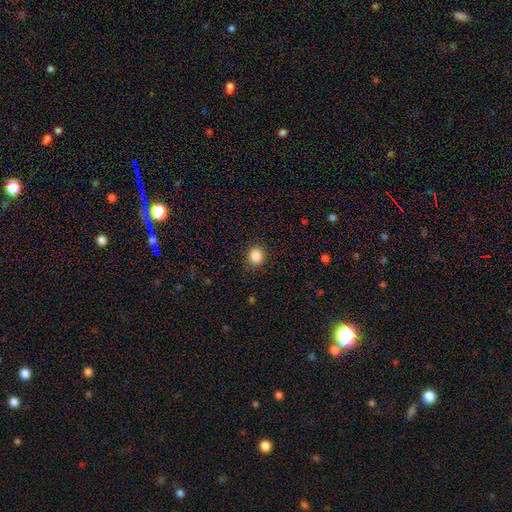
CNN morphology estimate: smooth_or_featured: smooth (p=0.86) [alt: star or artifact p=0.10]
how_rounded: round (p=0.77) [alt: in between p=0.22]
merging: none (p=0.89) [alt: minor disturbance p=0.08]